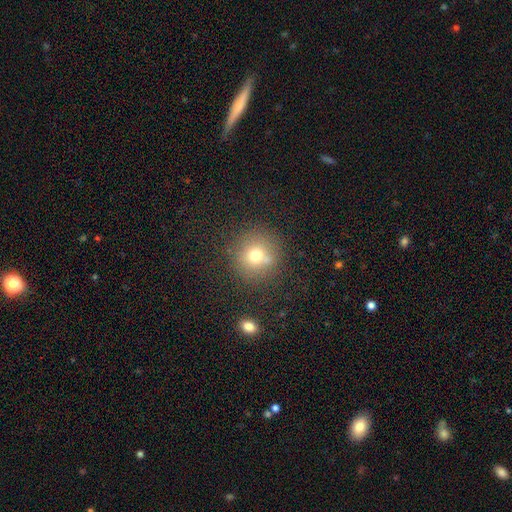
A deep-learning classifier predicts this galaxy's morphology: Smooth or featured?
  - smooth: 71% *
  - star or artifact: 15%
  - featured or disk: 14%
How rounded?
  - round: 92% *
  - in between: 7%
  - cigar-shaped: 1%
Merging?
  - none: 75% *
  - minor disturbance: 11%
  - merger: 9%
  - major disturbance: 4%